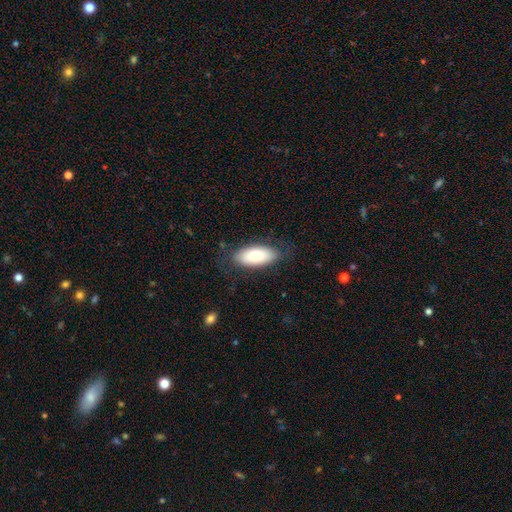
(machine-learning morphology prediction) Smooth or featured? smooth (75%)
How rounded? in between (90%)
Merging? none (78%)